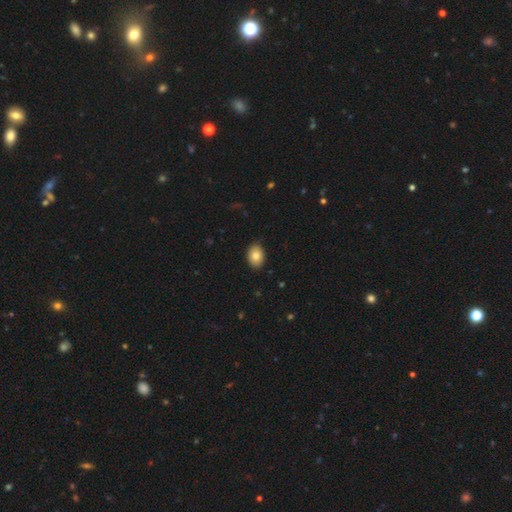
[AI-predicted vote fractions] The model was most divided on "how rounded": in between: 77%, round: 22%, cigar-shaped: 1%. More confident: merging — none (87%); smooth or featured — smooth (82%).